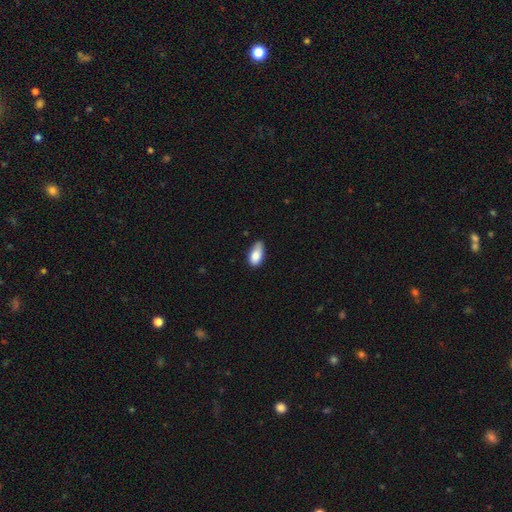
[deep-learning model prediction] This appears to be a smooth galaxy with no disk features (84%) that is in between round and cigar-shaped (92%). Merging: none (53%).